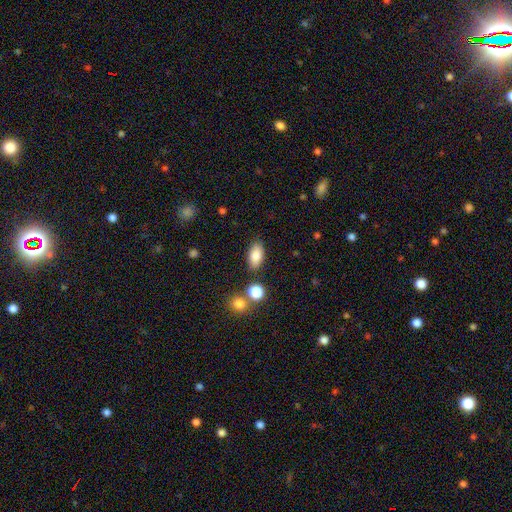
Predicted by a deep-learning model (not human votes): The model was most divided on "merging": none: 82%, minor disturbance: 11%, merger: 5%, major disturbance: 3%. More confident: how rounded — in between (89%); smooth or featured — smooth (84%).